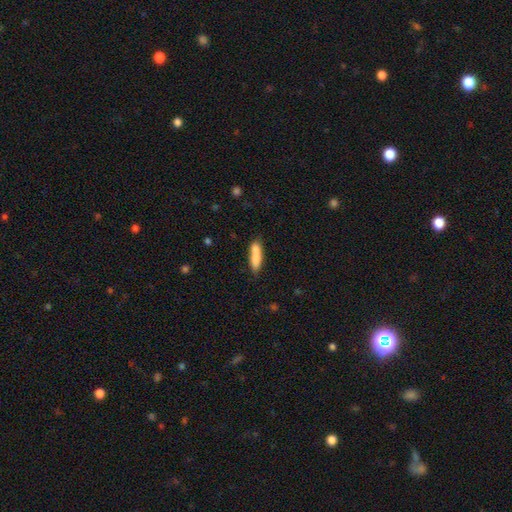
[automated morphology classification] type=smooth (80%); roundness=cigar-shaped (69%); merging=none (65%).